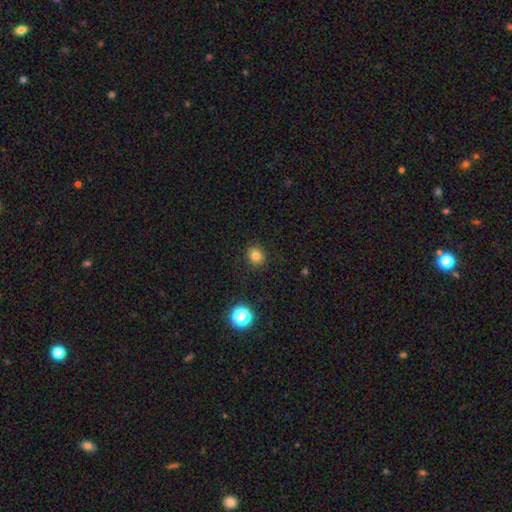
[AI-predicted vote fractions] This is clearly a smooth galaxy (80%). How rounded: clearly round (83%). Merging: clearly none (91%).